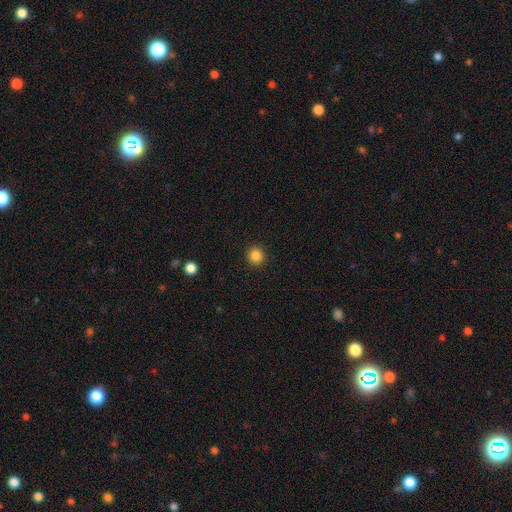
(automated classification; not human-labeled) Morphology: type=smooth (85%); roundness=round (94%); merging=none (93%).